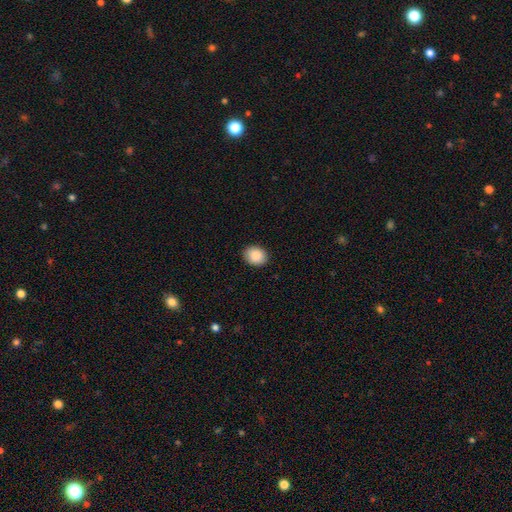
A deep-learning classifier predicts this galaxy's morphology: This is clearly a smooth galaxy (89%). How rounded: possibly round (51%). Merging: clearly none (90%).